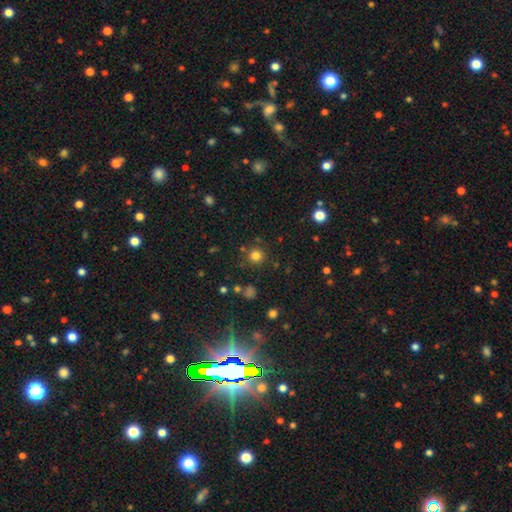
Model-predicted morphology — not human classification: Smooth or featured? smooth (78%)
How rounded? round (94%)
Merging? none (85%)